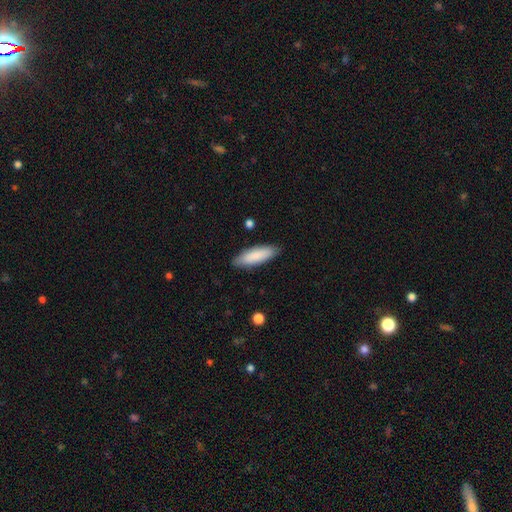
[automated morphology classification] The model was most divided on "how rounded": in between: 56%, cigar-shaped: 43%, round: 1%. More confident: merging — none (87%); smooth or featured — smooth (86%).